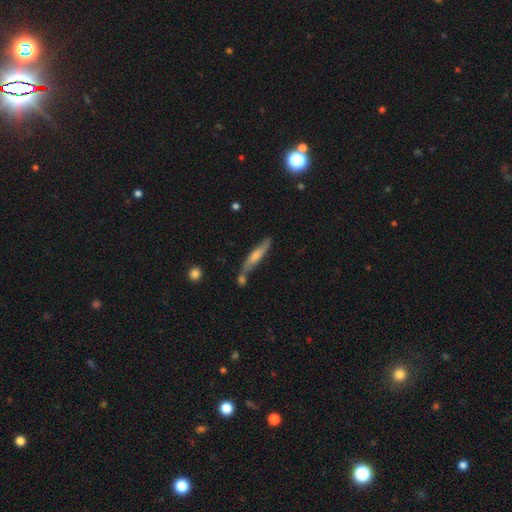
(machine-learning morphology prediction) Smooth or featured? smooth (48%)
Merging? none (54%)